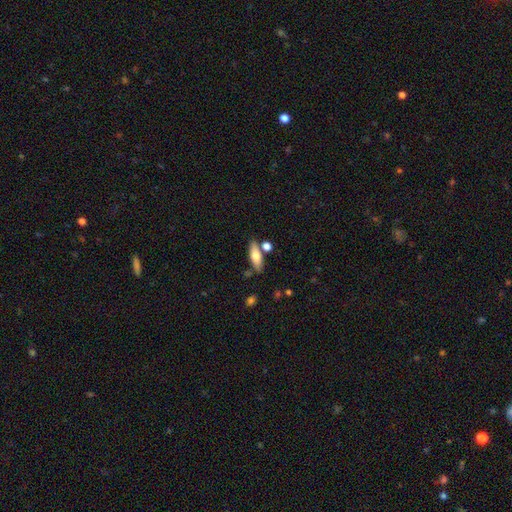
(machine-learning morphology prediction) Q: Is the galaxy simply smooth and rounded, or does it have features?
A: smooth — 66%.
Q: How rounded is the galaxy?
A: in between — 59%.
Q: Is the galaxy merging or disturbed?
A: none — 73%.